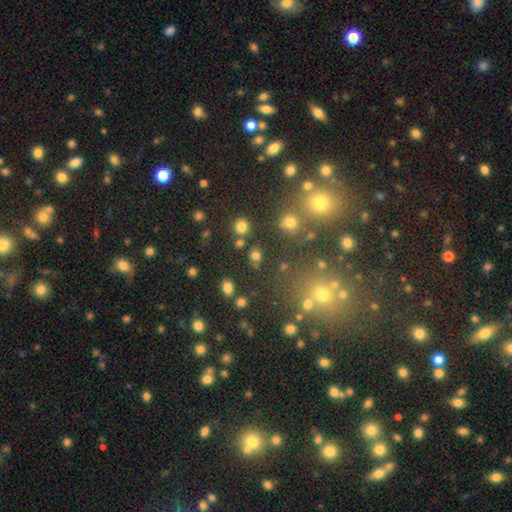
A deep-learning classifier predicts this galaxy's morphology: The model was most divided on "how rounded": round: 63%, in between: 36%, cigar-shaped: 2%. More confident: merging — none (77%); smooth or featured — smooth (74%).